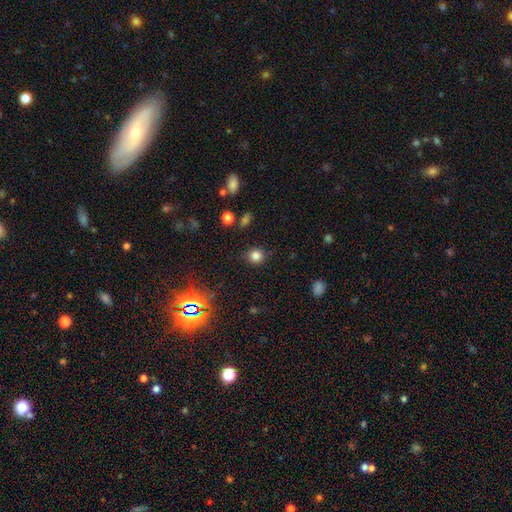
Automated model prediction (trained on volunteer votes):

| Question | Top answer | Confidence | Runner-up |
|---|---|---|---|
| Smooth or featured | smooth | 81% | star or artifact (14%) |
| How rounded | round | 90% | in between (9%) |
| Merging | none | 86% | minor disturbance (9%) |